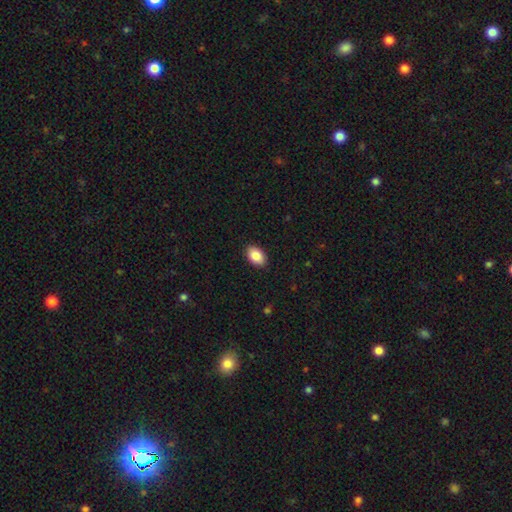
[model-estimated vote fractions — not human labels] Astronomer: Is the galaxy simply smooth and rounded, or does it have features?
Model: smooth — 87%.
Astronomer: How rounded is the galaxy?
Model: in between — 91%.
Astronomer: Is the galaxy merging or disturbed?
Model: none — 89%.